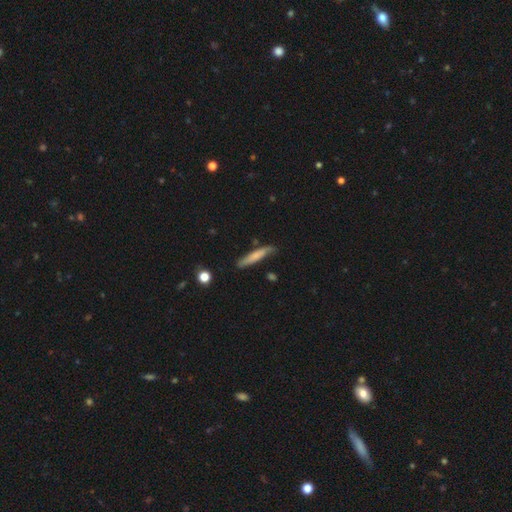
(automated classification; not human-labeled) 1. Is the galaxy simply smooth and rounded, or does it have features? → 68% smooth, 26% featured or disk, 6% star or artifact.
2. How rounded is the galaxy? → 91% cigar-shaped, 8% in between, 1% round.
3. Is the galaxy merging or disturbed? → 76% none, 18% minor disturbance, 3% major disturbance, 3% merger.